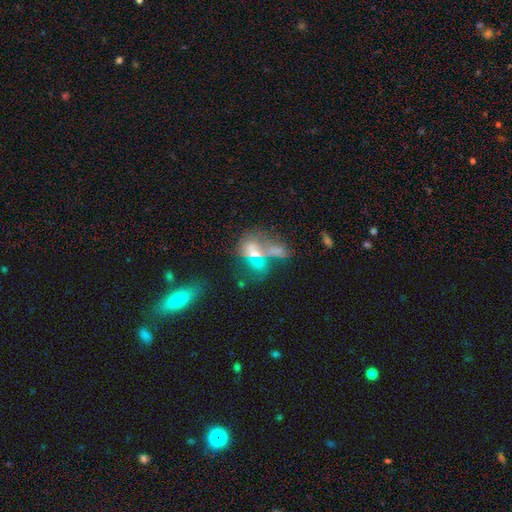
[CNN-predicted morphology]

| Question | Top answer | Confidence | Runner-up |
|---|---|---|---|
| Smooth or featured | smooth | 44% | featured or disk (38%) |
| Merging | merger | 50% | none (25%) |